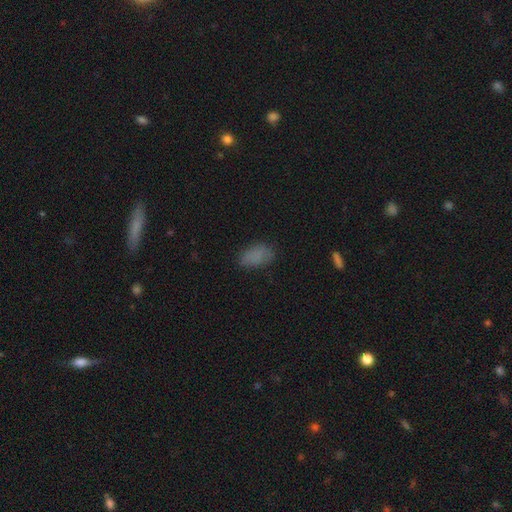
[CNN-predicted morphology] smooth-or-featured: smooth: 83% | star or artifact: 11% | featured or disk: 7%
  how-rounded: in between: 92% | round: 5% | cigar-shaped: 3%
  merging: none: 75% | minor disturbance: 18% | major disturbance: 5% | merger: 1%